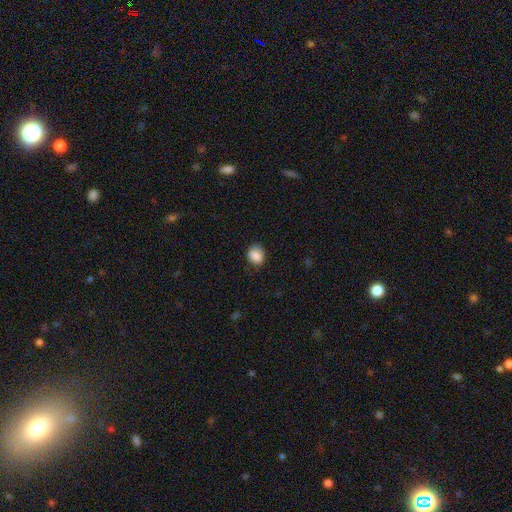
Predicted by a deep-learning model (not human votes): Smooth or featured? Predicted: smooth (p=0.87). How rounded? Predicted: round (p=0.53). Merging? Predicted: none (p=0.78).